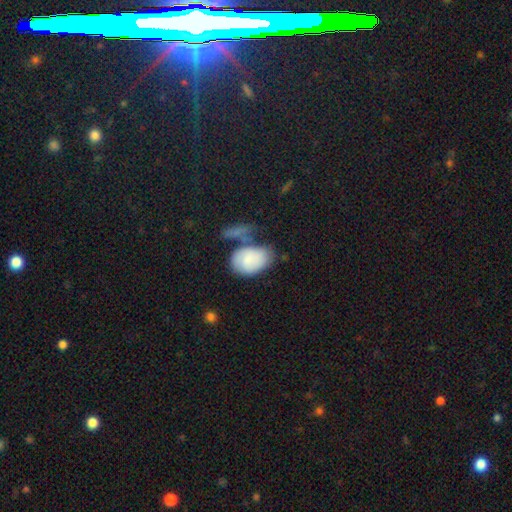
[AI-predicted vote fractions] smooth-or-featured: smooth: 79% | featured or disk: 15% | star or artifact: 6%
  how-rounded: in between: 84% | round: 14% | cigar-shaped: 1%
  merging: none: 40% | minor disturbance: 24% | merger: 23% | major disturbance: 13%